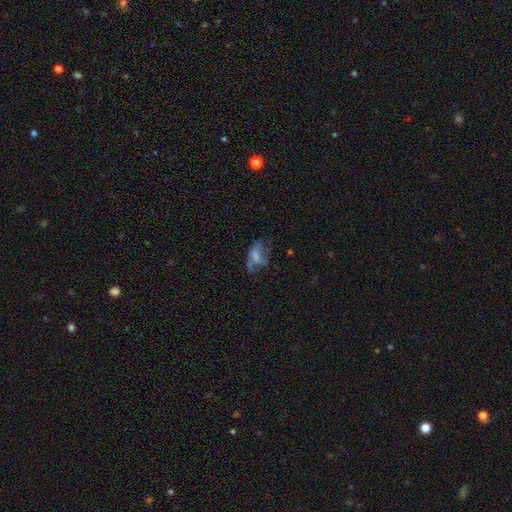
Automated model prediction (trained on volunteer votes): Smooth or featured? Predicted: featured or disk (p=0.56). Edge-on disk? Predicted: no (p=0.95). Bar? Predicted: no (p=0.46). Spiral arms? Predicted: yes (p=0.61). Bulge size? Predicted: none (p=0.42). Merging? Predicted: major disturbance (p=0.42).